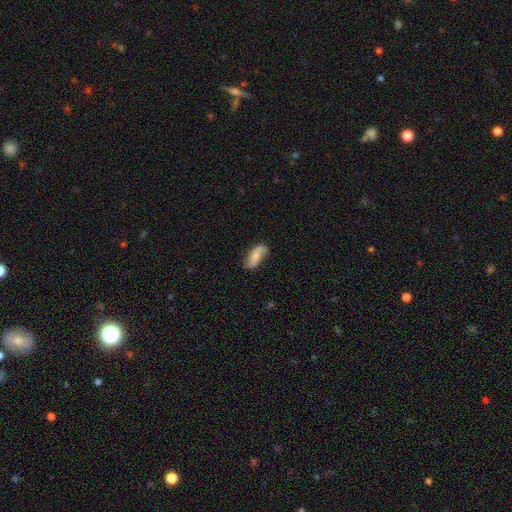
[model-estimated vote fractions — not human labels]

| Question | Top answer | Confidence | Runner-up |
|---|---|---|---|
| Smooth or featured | featured or disk | 51% | smooth (41%) |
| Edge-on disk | no | 94% | yes (6%) |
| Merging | none | 72% | minor disturbance (20%) |